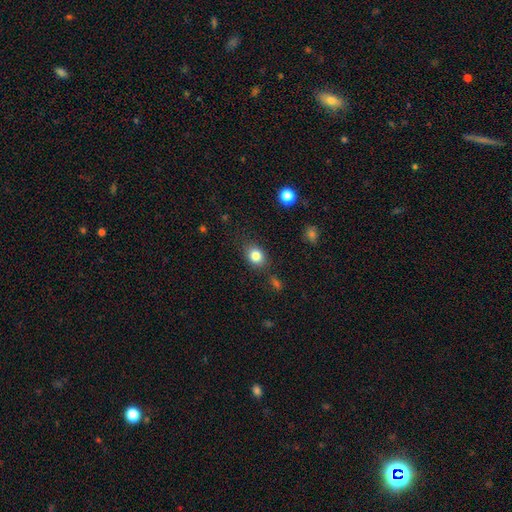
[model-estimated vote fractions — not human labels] This appears to be a smooth galaxy with no disk features (83%) that is in between round and cigar-shaped (53%). Merging: none (80%).